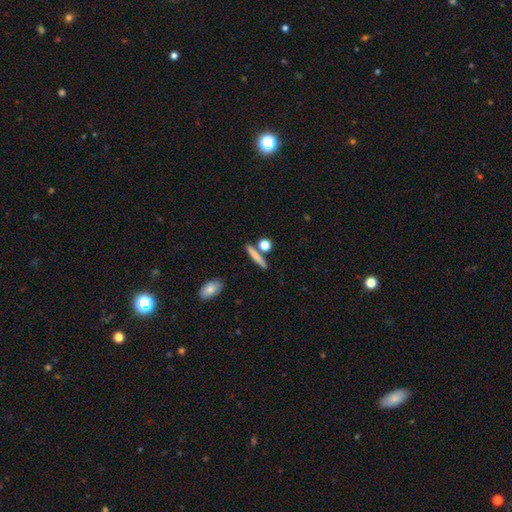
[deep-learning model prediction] Smooth or featured?
  - smooth: 74% *
  - featured or disk: 18%
  - star or artifact: 8%
How rounded?
  - cigar-shaped: 72% *
  - round: 14%
  - in between: 14%
Merging?
  - none: 79% *
  - merger: 10%
  - minor disturbance: 8%
  - major disturbance: 3%